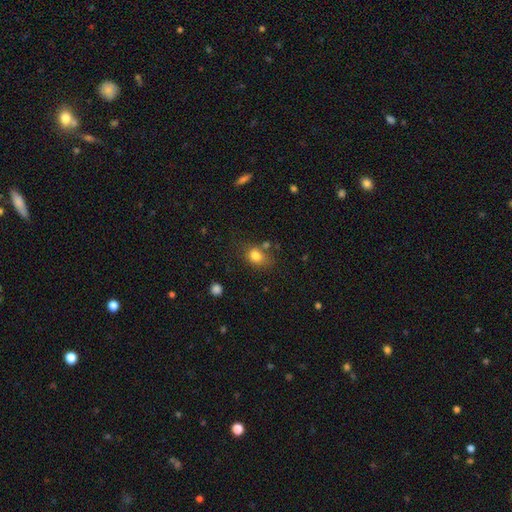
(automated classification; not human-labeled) Smooth or featured: smooth — 80% (star or artifact — 11%)
How rounded: in between — 59% (round — 40%)
Merging: none — 60% (minor disturbance — 21%)